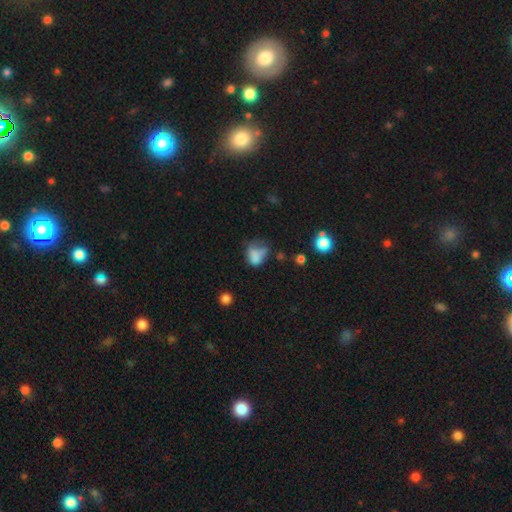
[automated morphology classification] Smooth or featured: smooth — 67% (featured or disk — 20%)
How rounded: in between — 64% (round — 34%)
Merging: major disturbance — 34% (minor disturbance — 28%)